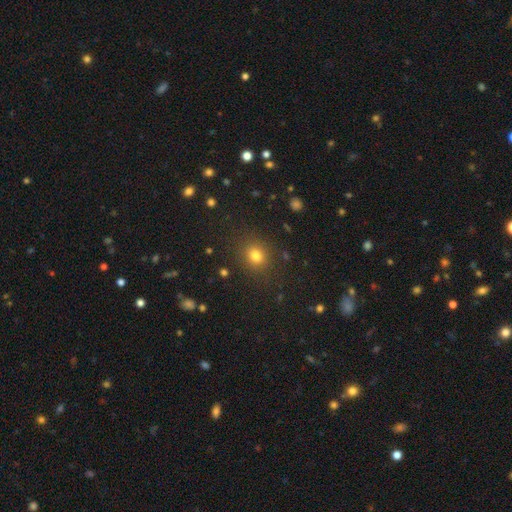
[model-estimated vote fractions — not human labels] Smooth or featured: smooth — 79% (star or artifact — 15%)
How rounded: round — 71% (in between — 28%)
Merging: none — 86% (minor disturbance — 9%)